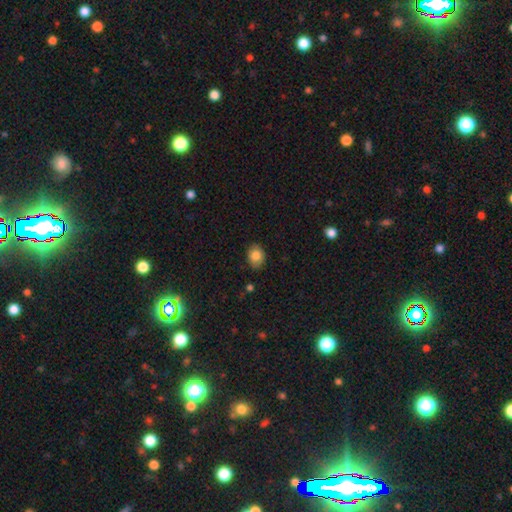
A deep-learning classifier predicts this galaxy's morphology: smooth 83%, star or artifact 9%, featured or disk 8%. Down the decision tree: how rounded — in between (59%); merging — none (87%).